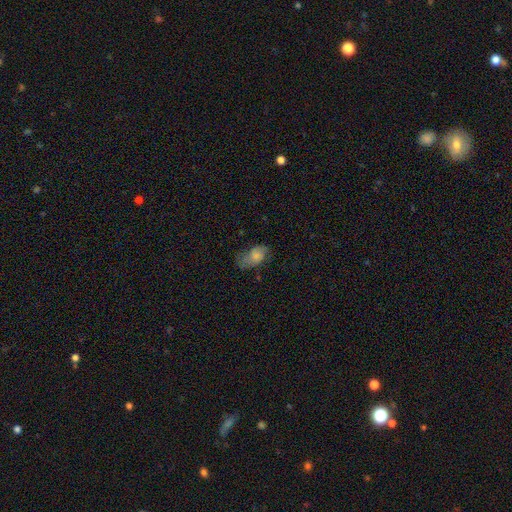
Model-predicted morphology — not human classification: smooth_or_featured: smooth (p=0.61) [alt: featured or disk p=0.30]
how_rounded: in between (p=0.89) [alt: round p=0.09]
merging: none (p=0.45) [alt: minor disturbance p=0.30]